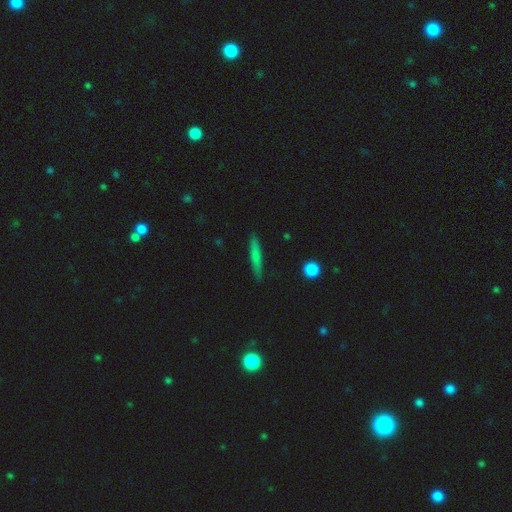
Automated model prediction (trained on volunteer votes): Q: Smooth or featured?
A: smooth (67%); runner-up: featured or disk (27%)
Q: How rounded?
A: cigar-shaped (92%); runner-up: in between (6%)
Q: Merging?
A: none (86%); runner-up: minor disturbance (11%)